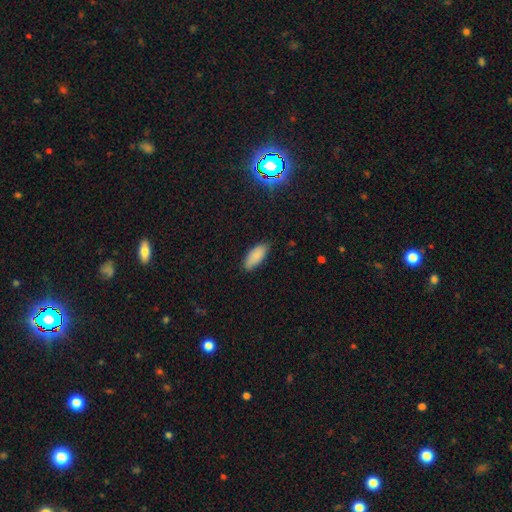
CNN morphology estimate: This appears to be a smooth galaxy with no disk features (87%) that is in between round and cigar-shaped (85%). Merging: none (84%).